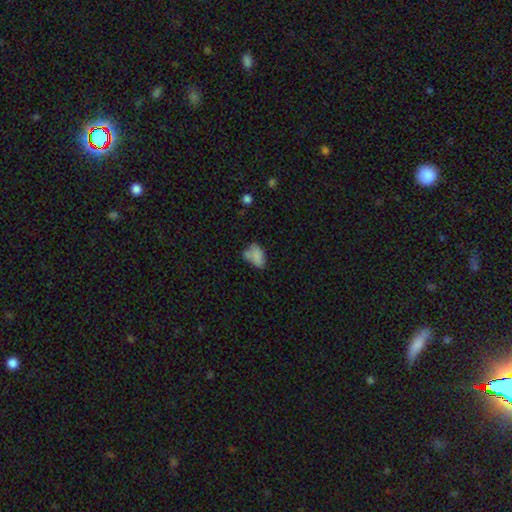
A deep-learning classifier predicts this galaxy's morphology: smooth_or_featured: smooth (p=0.74) [alt: featured or disk p=0.16]
how_rounded: in between (p=0.85) [alt: round p=0.13]
merging: none (p=0.39) [alt: minor disturbance p=0.27]